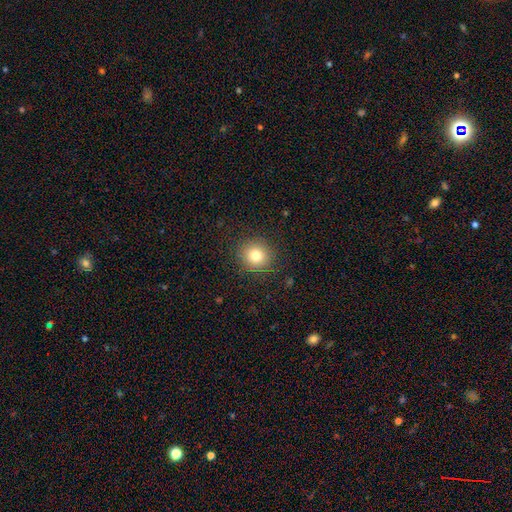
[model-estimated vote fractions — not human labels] Smooth or featured? Predicted: smooth (p=0.78). How rounded? Predicted: round (p=0.88). Merging? Predicted: none (p=0.88).